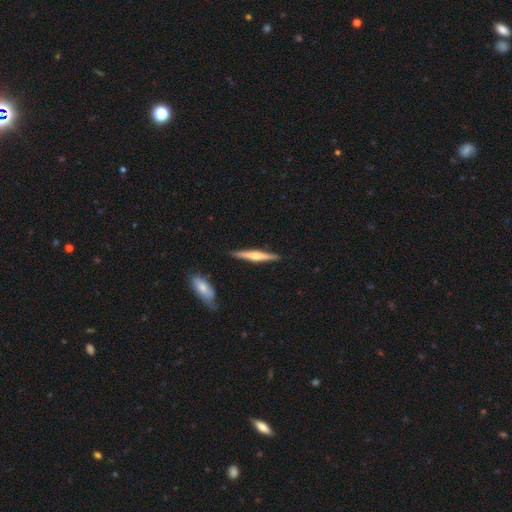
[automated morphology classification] Smooth or featured: featured or disk — 59% (smooth — 36%)
Edge-on disk: yes — 97% (no — 3%)
Edge-on bulge: rounded — 80% (none — 13%)
Merging: none — 90% (minor disturbance — 7%)